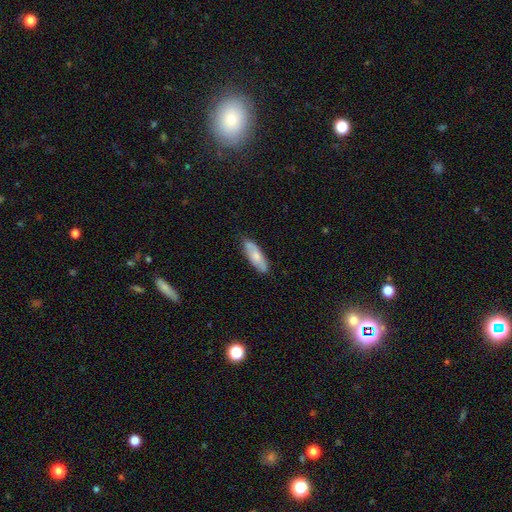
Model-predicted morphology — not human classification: Q: Smooth or featured?
A: smooth (70%); runner-up: featured or disk (25%)
Q: How rounded?
A: in between (62%); runner-up: cigar-shaped (36%)
Q: Merging?
A: none (79%); runner-up: minor disturbance (17%)